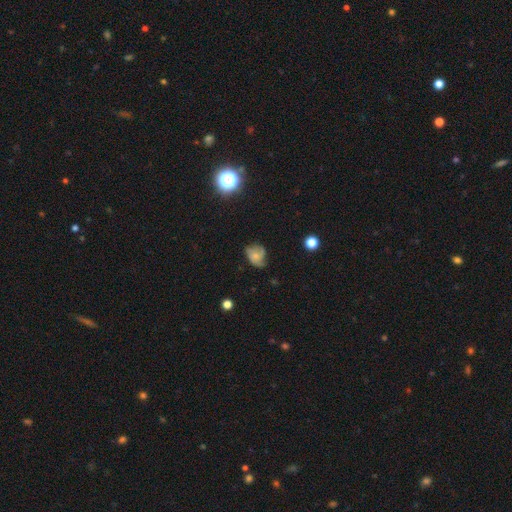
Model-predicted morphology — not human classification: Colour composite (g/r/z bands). It shows a smooth galaxy with no disk features (52%) that is in between round and cigar-shaped (50%). Merging: none (46%).